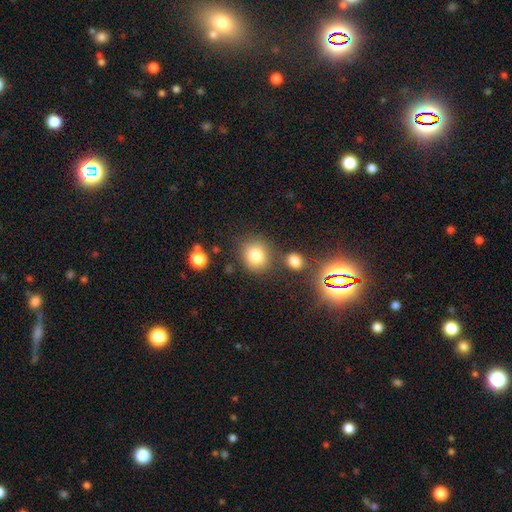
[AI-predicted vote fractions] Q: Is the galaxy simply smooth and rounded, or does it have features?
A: smooth — 81%.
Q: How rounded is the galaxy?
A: round — 78%.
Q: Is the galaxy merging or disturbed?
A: none — 73%.